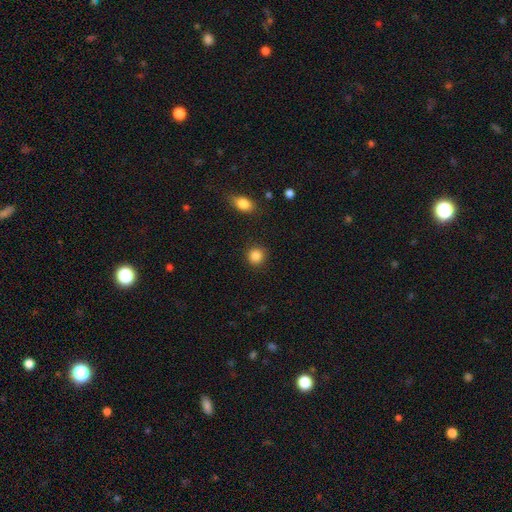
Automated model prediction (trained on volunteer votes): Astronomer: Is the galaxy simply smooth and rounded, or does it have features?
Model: smooth — 87%.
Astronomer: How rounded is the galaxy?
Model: round — 91%.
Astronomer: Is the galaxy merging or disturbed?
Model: none — 90%.